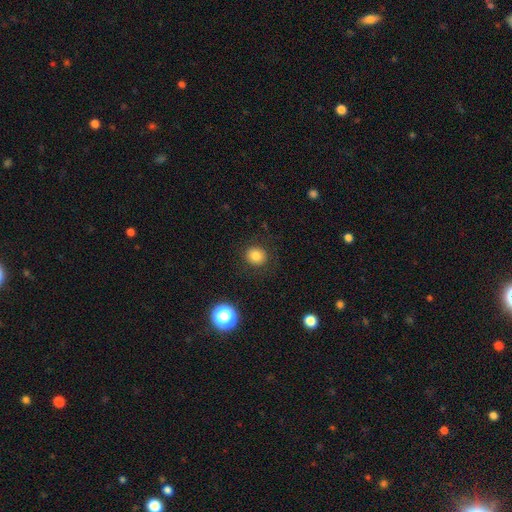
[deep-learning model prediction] Smooth or featured? Predicted: smooth (p=0.81). How rounded? Predicted: round (p=0.83). Merging? Predicted: none (p=0.88).